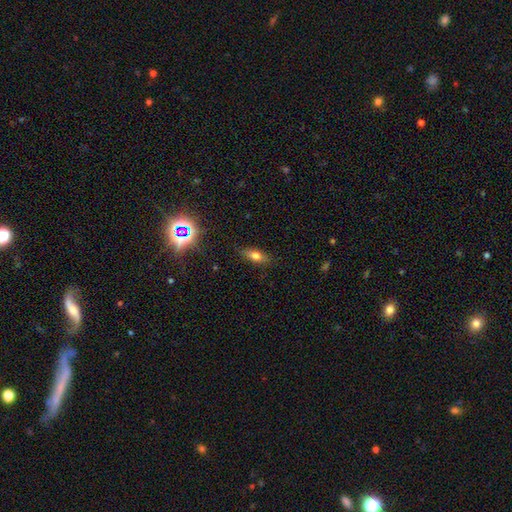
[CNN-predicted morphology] Smooth or featured? smooth (65%)
How rounded? in between (69%)
Merging? none (84%)